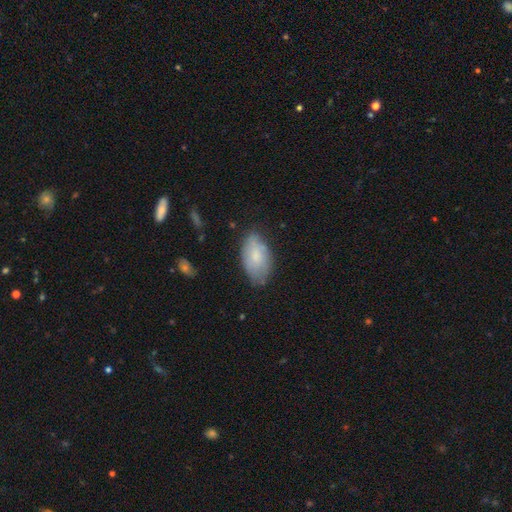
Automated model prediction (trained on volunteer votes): A smooth galaxy with no disk features (72%) that is in between round and cigar-shaped (94%). Merging: none (67%).